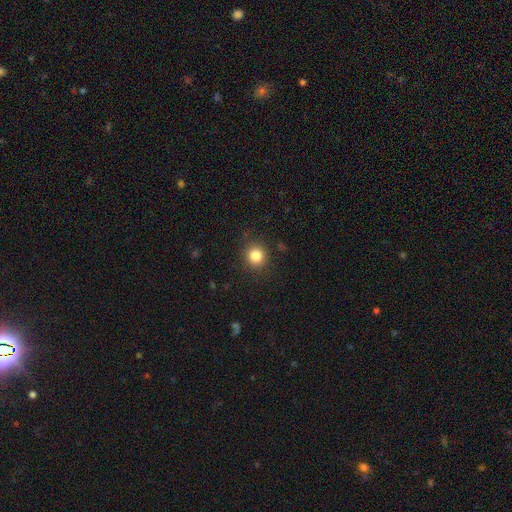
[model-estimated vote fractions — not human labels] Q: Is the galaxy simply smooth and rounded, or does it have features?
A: smooth — 84%.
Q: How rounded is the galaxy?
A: round — 91%.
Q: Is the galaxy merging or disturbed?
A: none — 89%.